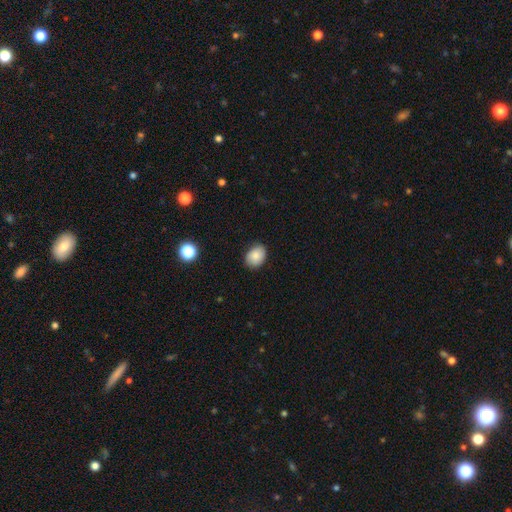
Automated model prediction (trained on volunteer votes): Overall: smooth (85%). How rounded: in between (67%; round 32%). Merging: none (82%).